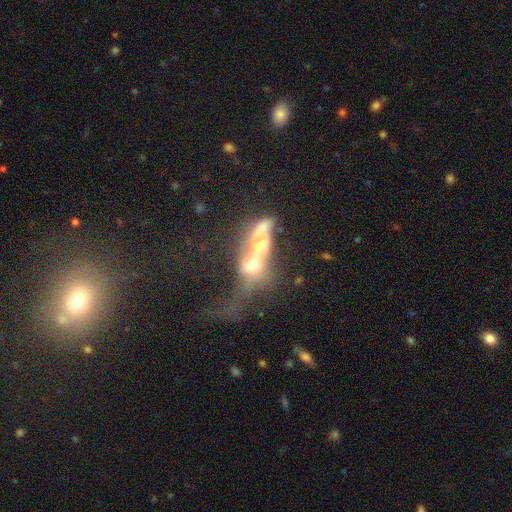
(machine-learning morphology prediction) Overall: featured or disk (50%; smooth 36%). Edge-on disk: no (84%). Merging: merger (77%).